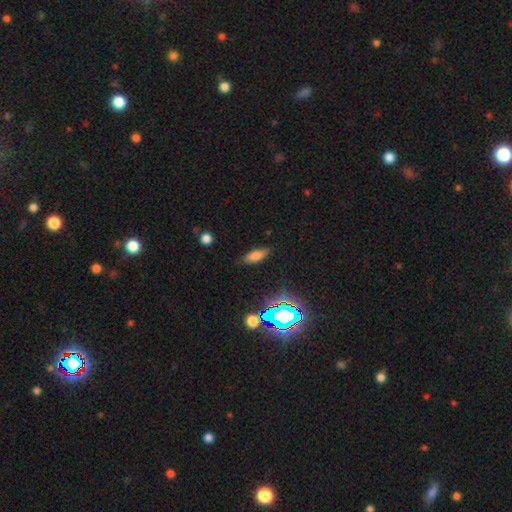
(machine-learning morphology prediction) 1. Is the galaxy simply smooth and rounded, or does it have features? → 70% smooth, 16% star or artifact, 14% featured or disk.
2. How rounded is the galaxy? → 70% in between, 26% cigar-shaped, 4% round.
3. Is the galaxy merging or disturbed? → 81% none, 14% minor disturbance, 3% major disturbance, 2% merger.